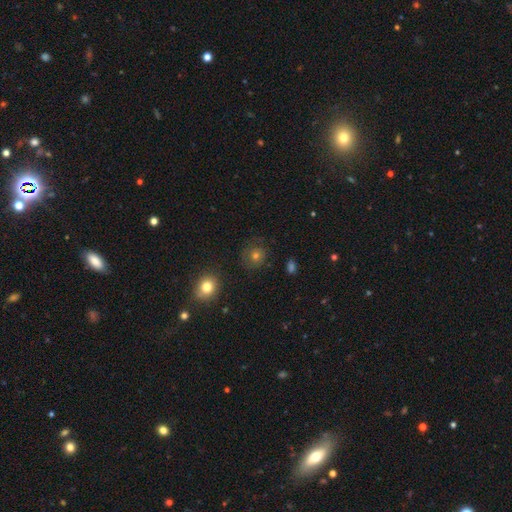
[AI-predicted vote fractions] Overall: smooth (55%; featured or disk 23%). How rounded: round (86%). Merging: none (81%).